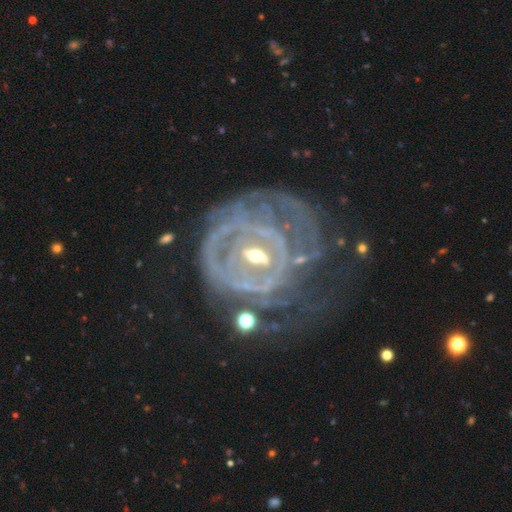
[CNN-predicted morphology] Smooth or featured?
  - featured or disk: 84% *
  - star or artifact: 8%
  - smooth: 8%
Edge-on disk?
  - no: 96% *
  - yes: 4%
Bar?
  - weak: 40% *
  - strong: 31%
  - no: 28%
Spiral arms?
  - yes: 77% *
  - no: 23%
Spiral winding?
  - tight: 72% *
  - medium: 20%
  - loose: 8%
Spiral arm count?
  - can't tell: 52% *
  - 2: 16%
  - 3: 10%
  - 4: 8%
  - more than 4: 7%
  - 1: 6%
Bulge size?
  - small: 47% * (tied)
  - moderate: 47% * (tied)
  - large: 3%
  - none: 2%
  - dominant: 1%
Merging?
  - none: 48% *
  - major disturbance: 29%
  - minor disturbance: 19%
  - merger: 4%